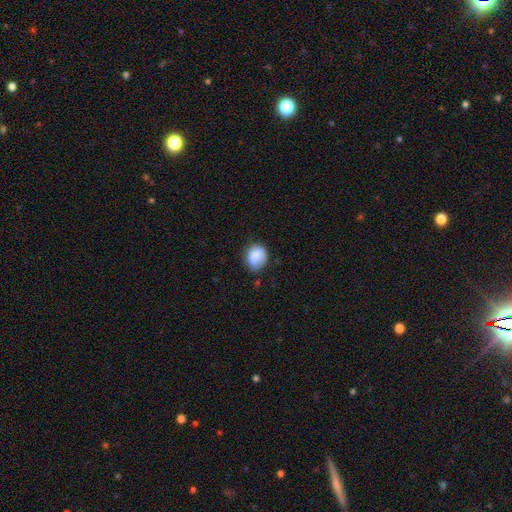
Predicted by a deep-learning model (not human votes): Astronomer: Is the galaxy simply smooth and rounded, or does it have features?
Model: smooth — 82%.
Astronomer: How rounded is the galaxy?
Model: round — 58% (runner-up: in between, 41%).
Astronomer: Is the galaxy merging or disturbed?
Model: none — 61%.